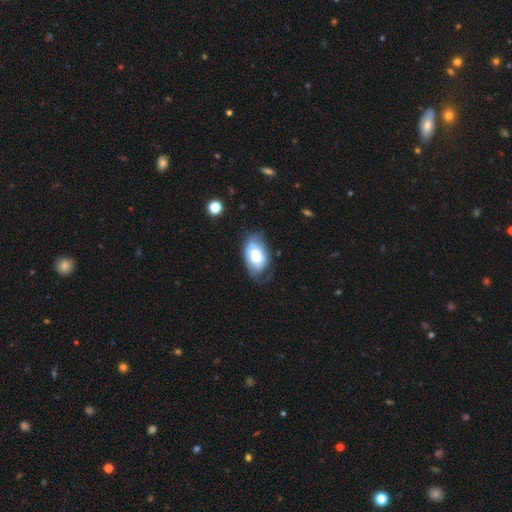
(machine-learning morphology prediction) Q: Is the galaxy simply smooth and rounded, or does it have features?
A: smooth — 55%.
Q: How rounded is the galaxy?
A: in between — 92%.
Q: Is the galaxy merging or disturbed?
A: none — 48%.